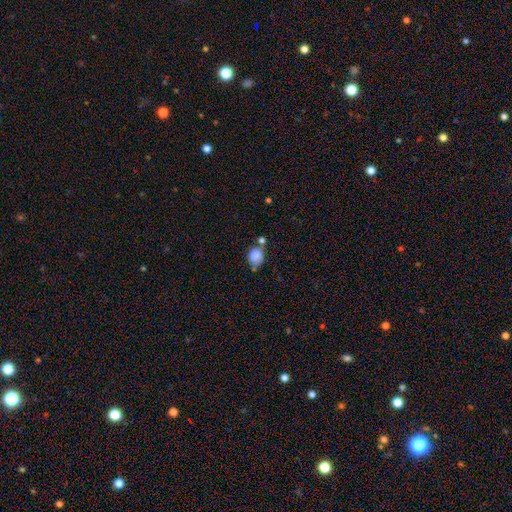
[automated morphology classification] Overall: smooth (81%). How rounded: round (49%, tied with in between). Merging: none (43%; minor disturbance 25%).